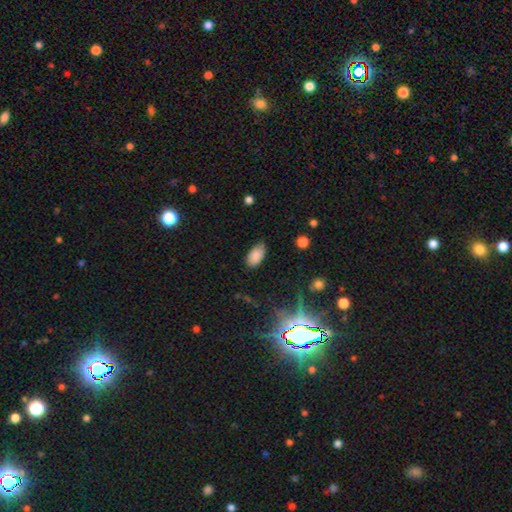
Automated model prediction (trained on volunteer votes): Smooth or featured? Predicted: smooth (p=0.84). How rounded? Predicted: in between (p=0.94). Merging? Predicted: none (p=0.70).